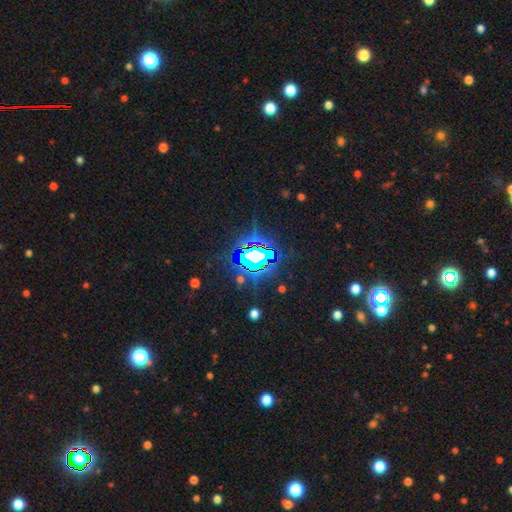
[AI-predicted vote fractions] This appears to be a star or artifact, not a galaxy (84%).